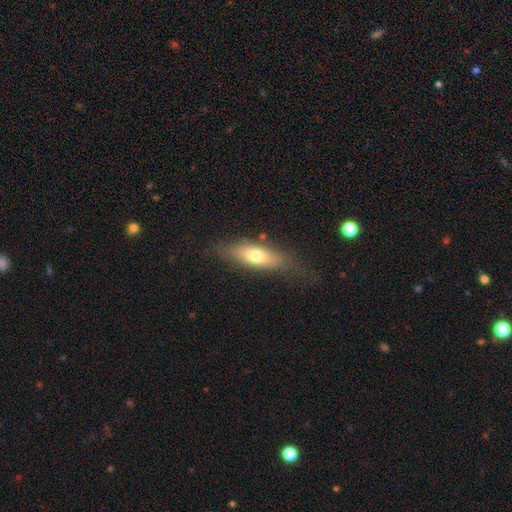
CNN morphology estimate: A smooth galaxy with no disk features (67%) that is in between round and cigar-shaped (65%).

Vote fractions:
- Smooth or featured? smooth: 67% / featured or disk: 26% / star or artifact: 7%
- How rounded? in between: 65% / cigar-shaped: 31% / round: 3%
- Merging? none: 71% / minor disturbance: 19% / major disturbance: 8% / merger: 2%